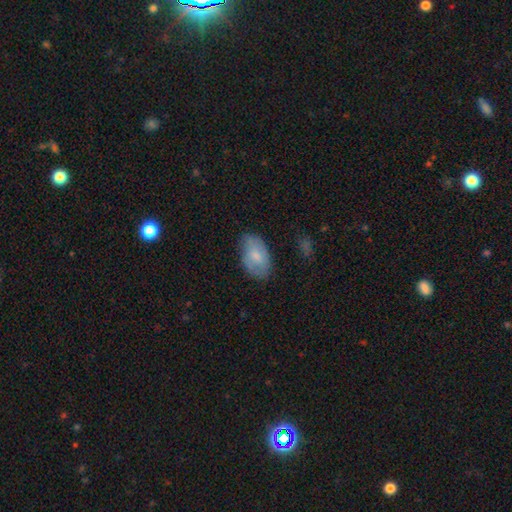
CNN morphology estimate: A smooth galaxy with no disk features (72%) that is in between round and cigar-shaped (92%). Merging: none (69%).